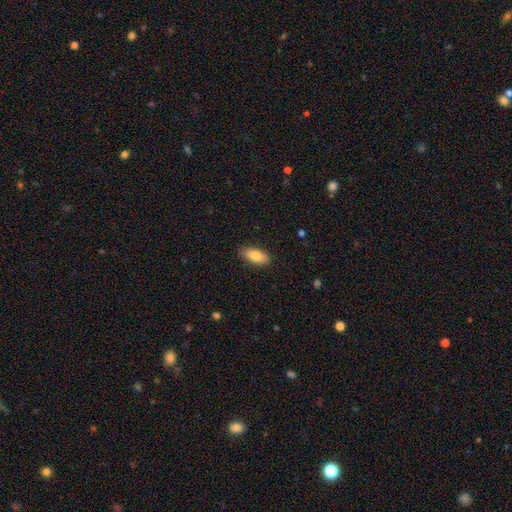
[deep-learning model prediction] A smooth galaxy with no disk features (84%) that is in between round and cigar-shaped (86%).

Vote fractions:
- Smooth or featured? smooth: 84% / featured or disk: 10% / star or artifact: 6%
- How rounded? in between: 86% / cigar-shaped: 12% / round: 2%
- Merging? none: 86% / minor disturbance: 10% / major disturbance: 2% / merger: 1%